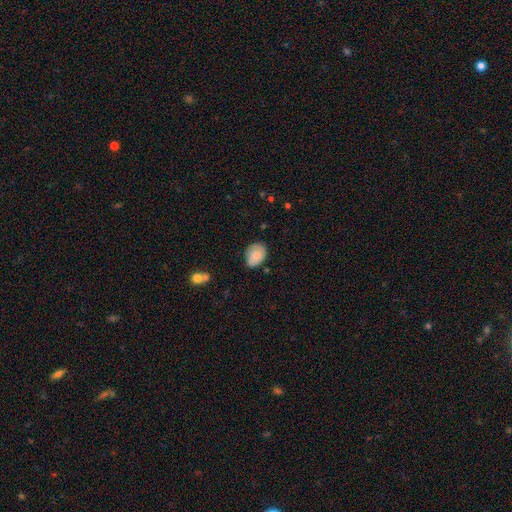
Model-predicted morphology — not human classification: A smooth galaxy with no disk features (73%) that is in between round and cigar-shaped (72%).

Vote fractions:
- Smooth or featured? smooth: 73% / featured or disk: 20% / star or artifact: 7%
- How rounded? in between: 72% / round: 27% / cigar-shaped: 1%
- Merging? none: 64% / minor disturbance: 29% / major disturbance: 5% / merger: 2%